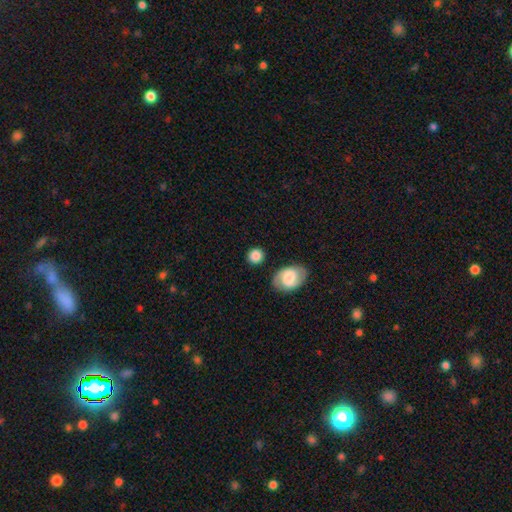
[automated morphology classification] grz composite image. It shows a smooth galaxy with no disk features (82%) that is round (82%). Merging: none (81%).